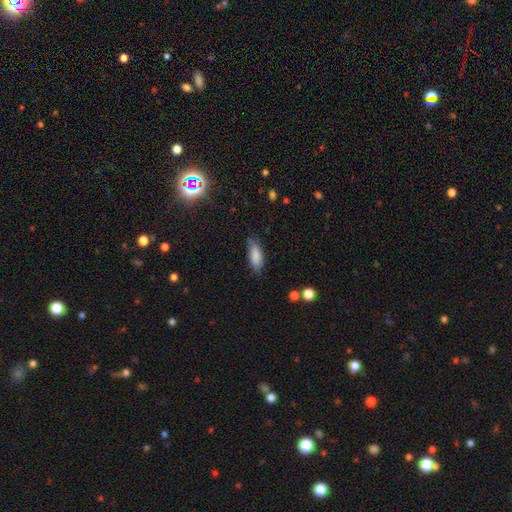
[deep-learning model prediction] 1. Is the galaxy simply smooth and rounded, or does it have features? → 84% smooth, 9% featured or disk, 7% star or artifact.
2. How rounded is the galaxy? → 78% in between, 20% cigar-shaped, 2% round.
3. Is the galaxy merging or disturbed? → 65% none, 28% minor disturbance, 6% major disturbance, 2% merger.